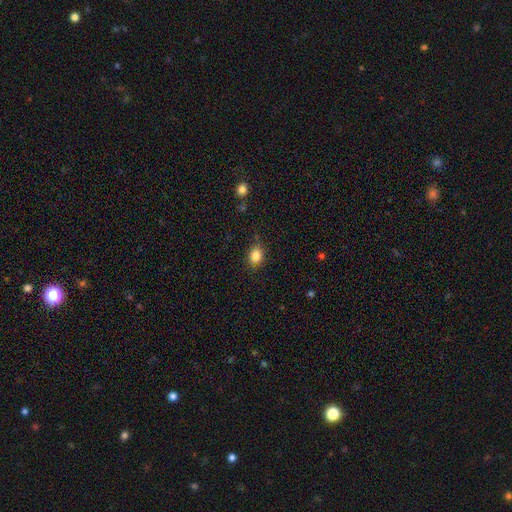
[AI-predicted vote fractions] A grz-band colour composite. It shows a smooth galaxy with no disk features (85%) that is in between round and cigar-shaped (58%). Merging: none (78%).